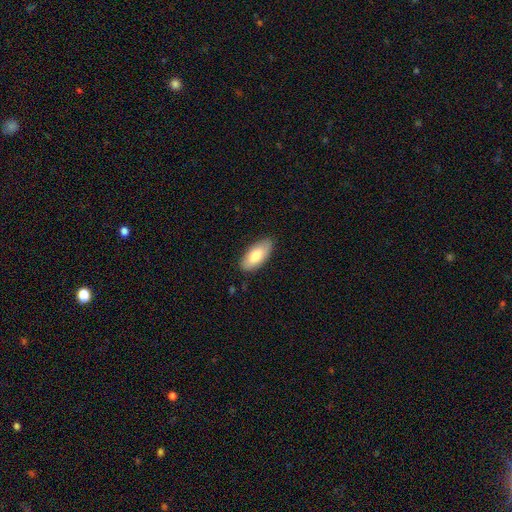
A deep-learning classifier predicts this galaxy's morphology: smooth_or_featured: smooth (p=0.78) [alt: featured or disk p=0.16]
how_rounded: in between (p=0.89) [alt: cigar-shaped p=0.09]
merging: none (p=0.85) [alt: minor disturbance p=0.12]